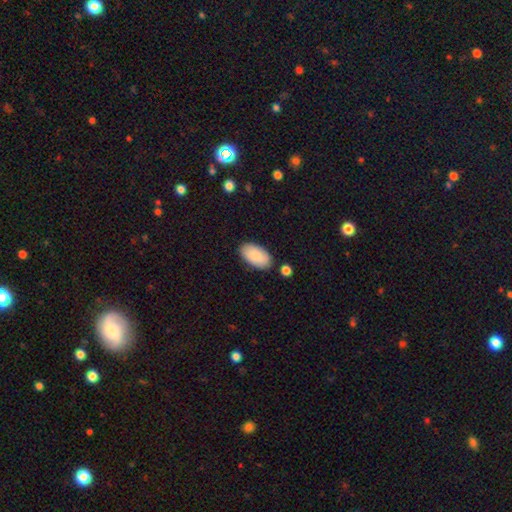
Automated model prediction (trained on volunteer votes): smooth_or_featured: smooth (p=0.86) [alt: featured or disk p=0.08]
how_rounded: in between (p=0.96) [alt: round p=0.03]
merging: none (p=0.83) [alt: minor disturbance p=0.11]